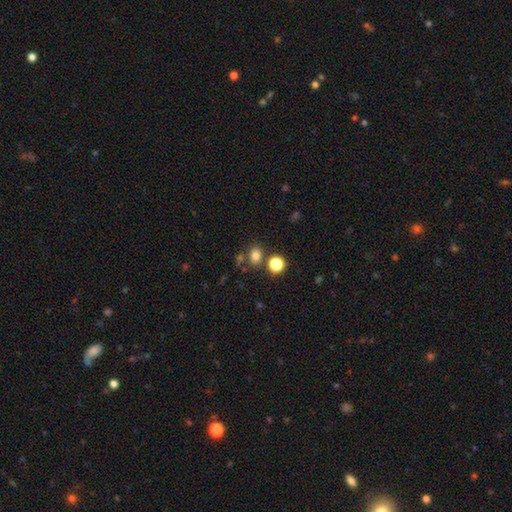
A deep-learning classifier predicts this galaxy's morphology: Smooth or featured?
  - smooth: 78% *
  - star or artifact: 15%
  - featured or disk: 6%
How rounded?
  - round: 55% *
  - in between: 44%
  - cigar-shaped: 1%
Merging?
  - none: 71% *
  - merger: 15%
  - minor disturbance: 10%
  - major disturbance: 4%